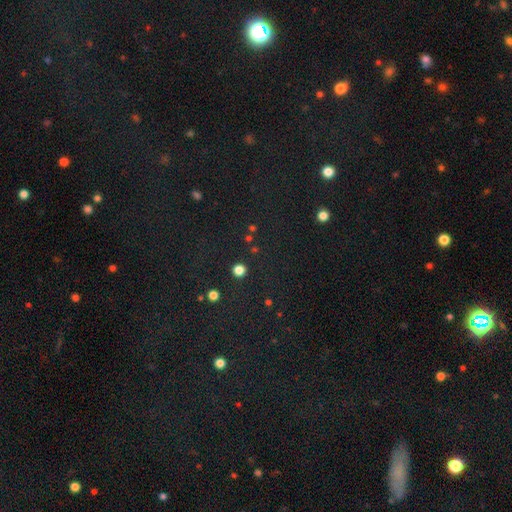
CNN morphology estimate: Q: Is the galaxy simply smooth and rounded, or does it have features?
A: star or artifact — 72%.